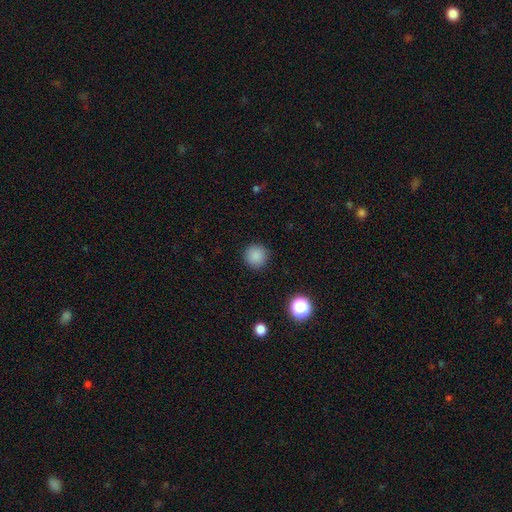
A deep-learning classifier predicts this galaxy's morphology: smooth-or-featured: smooth: 86% | star or artifact: 11% | featured or disk: 3%
  how-rounded: round: 95% | in between: 4% | cigar-shaped: 1%
  merging: none: 91% | minor disturbance: 6% | major disturbance: 2% | merger: 1%